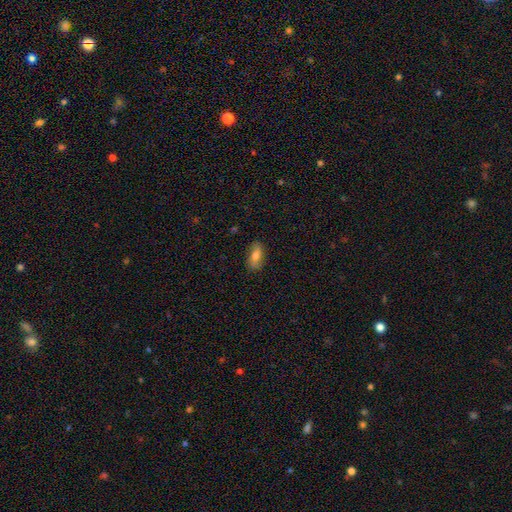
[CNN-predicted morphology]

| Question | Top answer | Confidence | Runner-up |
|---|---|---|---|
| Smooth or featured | smooth | 72% | featured or disk (20%) |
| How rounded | in between | 84% | cigar-shaped (12%) |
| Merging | none | 84% | minor disturbance (13%) |